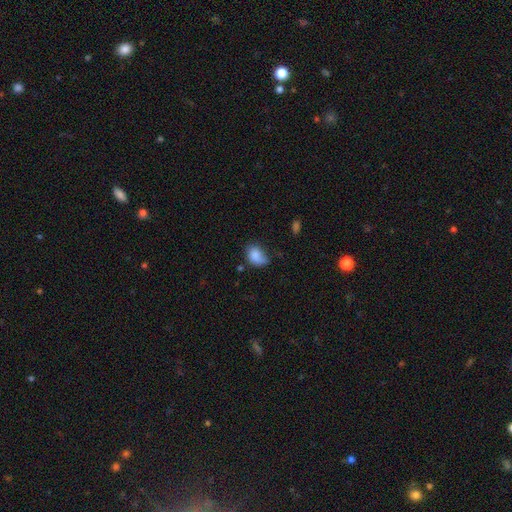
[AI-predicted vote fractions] smooth-or-featured: smooth: 81% | featured or disk: 10% | star or artifact: 8%
  how-rounded: in between: 75% | round: 24% | cigar-shaped: 1%
  merging: none: 43% | minor disturbance: 37% | major disturbance: 15% | merger: 4%